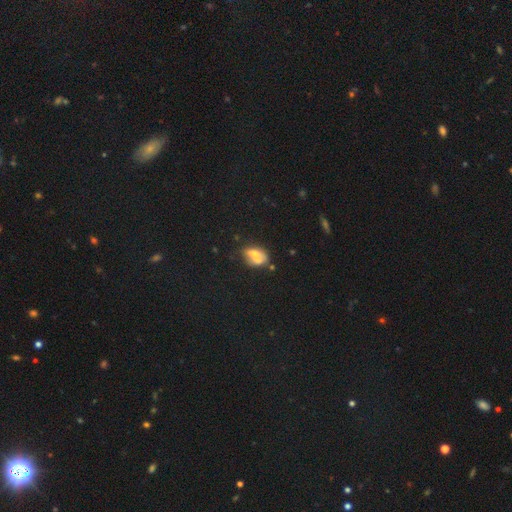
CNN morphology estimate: A smooth galaxy with no disk features (53%) that is in between round and cigar-shaped (74%). Merging: none (33%).